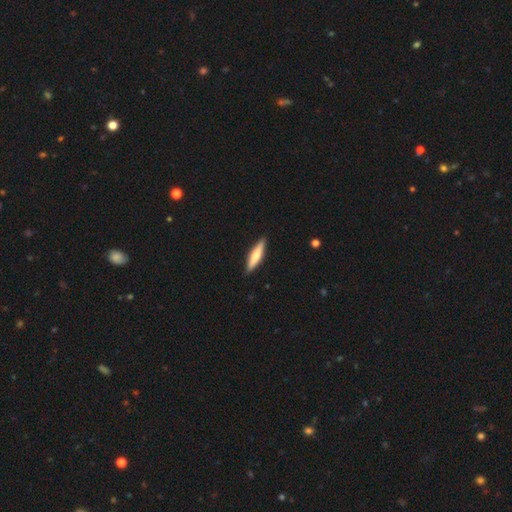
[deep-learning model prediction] Q: Smooth or featured?
A: smooth (60%); runner-up: featured or disk (35%)
Q: How rounded?
A: cigar-shaped (81%); runner-up: in between (17%)
Q: Merging?
A: none (90%); runner-up: minor disturbance (7%)